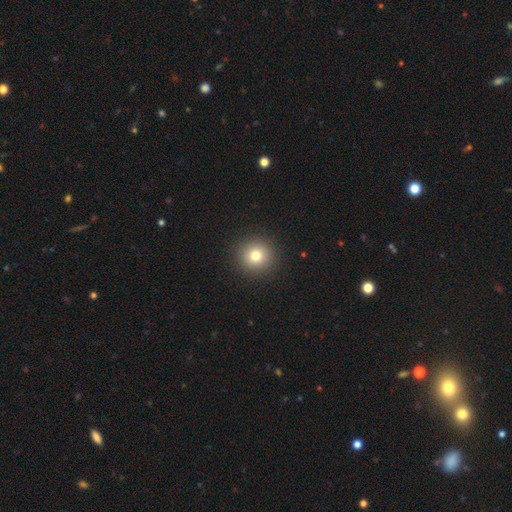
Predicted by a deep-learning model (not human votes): smooth_or_featured: smooth (p=0.78) [alt: star or artifact p=0.12]
how_rounded: round (p=0.95) [alt: in between p=0.04]
merging: none (p=0.92) [alt: minor disturbance p=0.05]